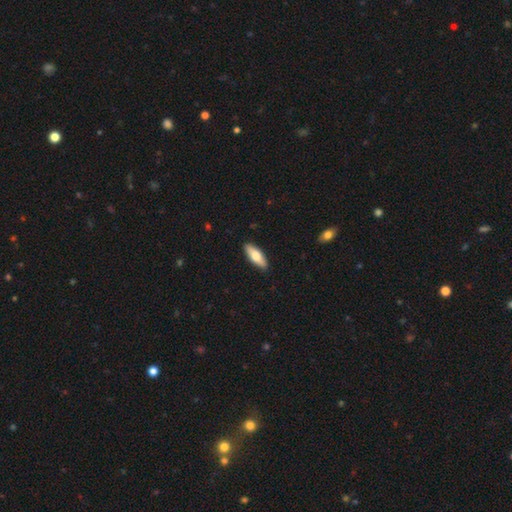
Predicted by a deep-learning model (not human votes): Smooth or featured? smooth (68%)
How rounded? in between (64%)
Merging? none (90%)